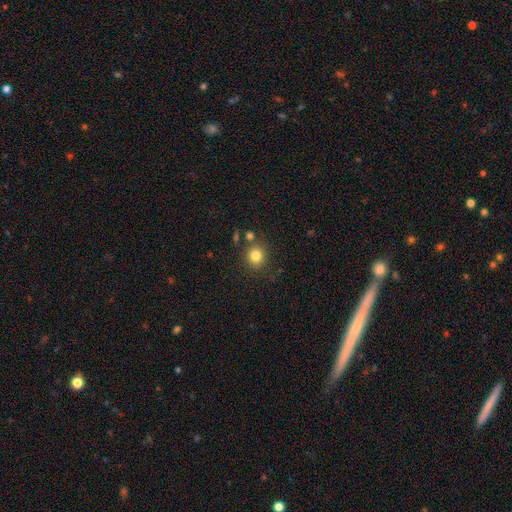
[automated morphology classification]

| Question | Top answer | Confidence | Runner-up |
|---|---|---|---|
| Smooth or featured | smooth | 82% | star or artifact (12%) |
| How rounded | round | 87% | in between (12%) |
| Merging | none | 81% | minor disturbance (9%) |